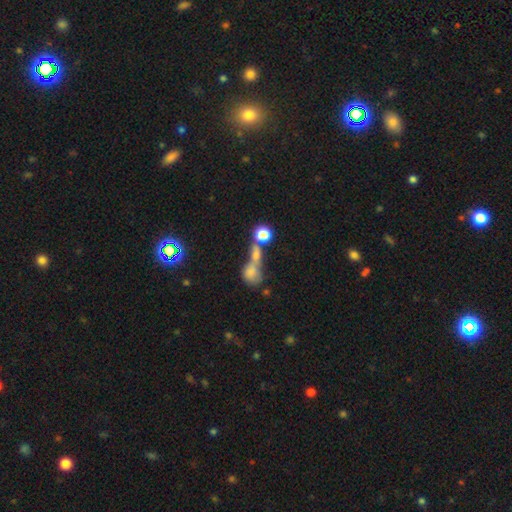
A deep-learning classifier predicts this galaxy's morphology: smooth_or_featured: smooth (p=0.43) [alt: star or artifact p=0.35]
merging: none (p=0.41) [tied with: merger p=0.41]